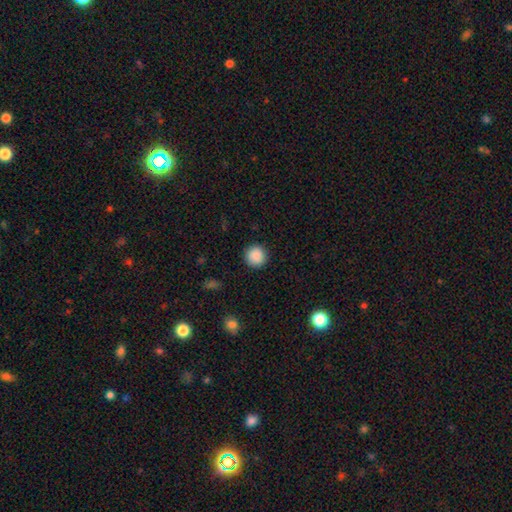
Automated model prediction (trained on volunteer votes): Overall: smooth (89%). How rounded: round (95%). Merging: none (92%).